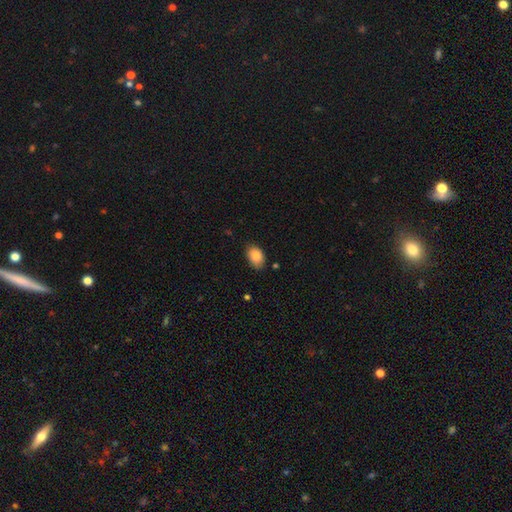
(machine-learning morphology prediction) This is clearly a smooth galaxy (87%). How rounded: clearly in between (85%). Merging: clearly none (80%).